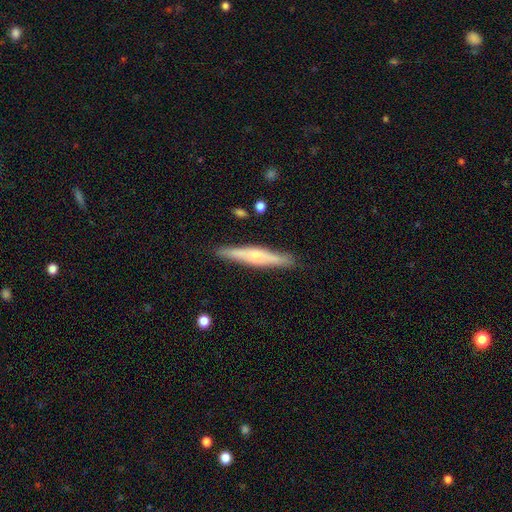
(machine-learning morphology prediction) type=featured or disk (60%); edge-on=yes (94%); edge-on bulge=rounded (77%); merging=none (88%).